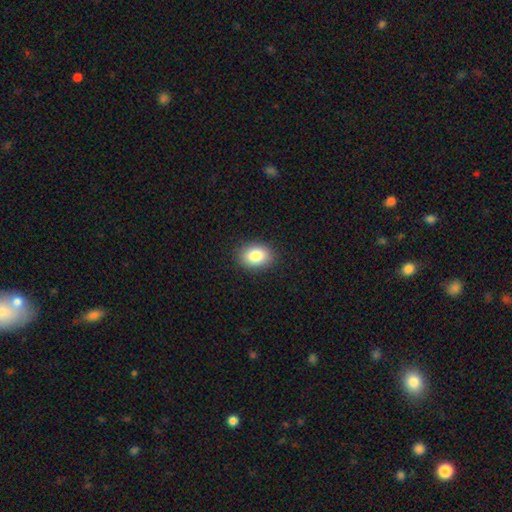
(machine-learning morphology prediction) Smooth or featured: smooth — 84% (star or artifact — 9%)
How rounded: in between — 74% (round — 25%)
Merging: none — 89% (minor disturbance — 8%)